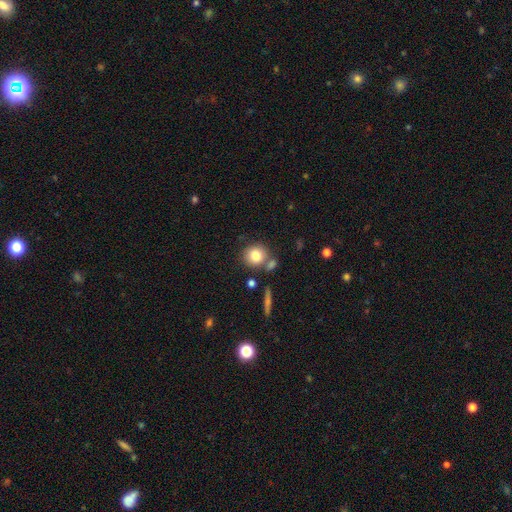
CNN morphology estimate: Overall: smooth (79%). How rounded: round (84%). Merging: none (69%).